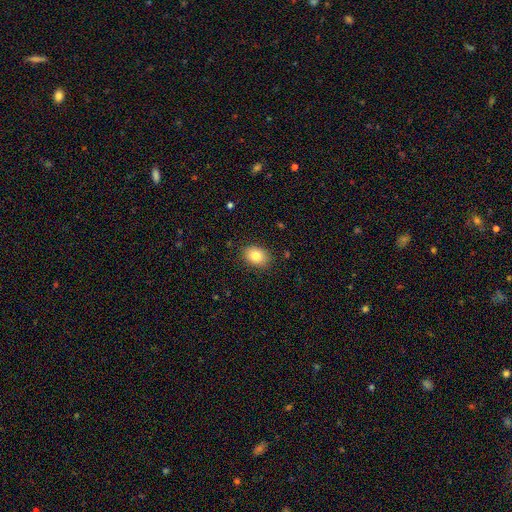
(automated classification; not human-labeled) Smooth or featured? smooth (82%)
How rounded? in between (71%)
Merging? none (87%)